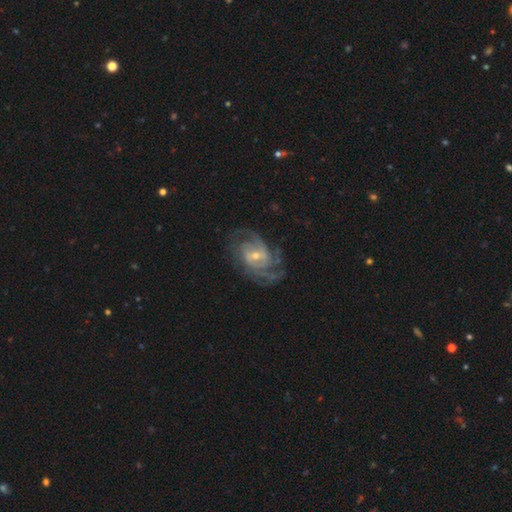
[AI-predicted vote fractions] Morphology: type=featured or disk (89%); edge-on=no (97%); bar=weak (47%); spiral arms=yes (97%); winding=tight (46%); arm count=3 (28%); bulge=small (56%); merging=none (69%).